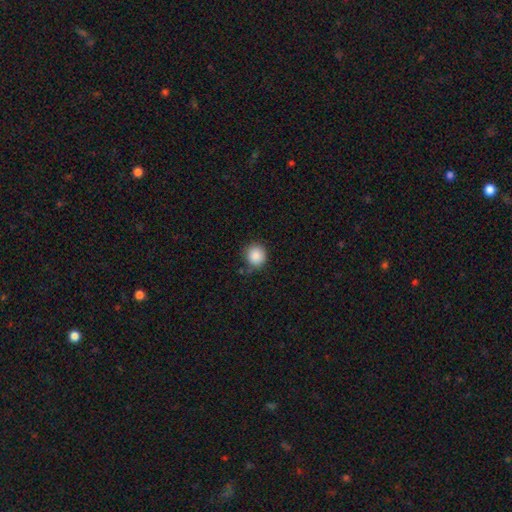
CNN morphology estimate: Smooth or featured: smooth — 87% (star or artifact — 9%)
How rounded: round — 89% (in between — 10%)
Merging: none — 80% (minor disturbance — 14%)